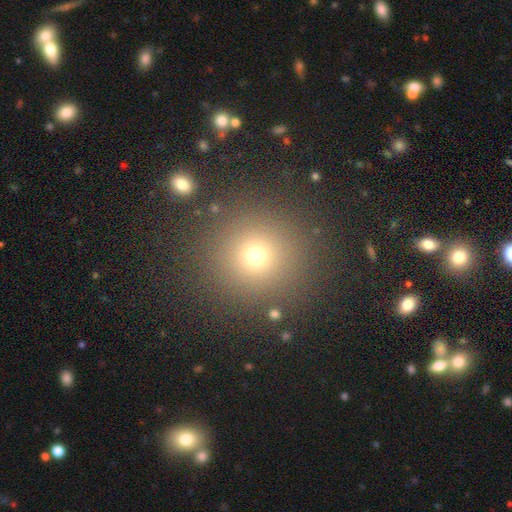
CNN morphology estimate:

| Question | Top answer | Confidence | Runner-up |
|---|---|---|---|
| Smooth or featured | smooth | 68% | star or artifact (24%) |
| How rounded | round | 95% | in between (4%) |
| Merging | none | 90% | minor disturbance (5%) |